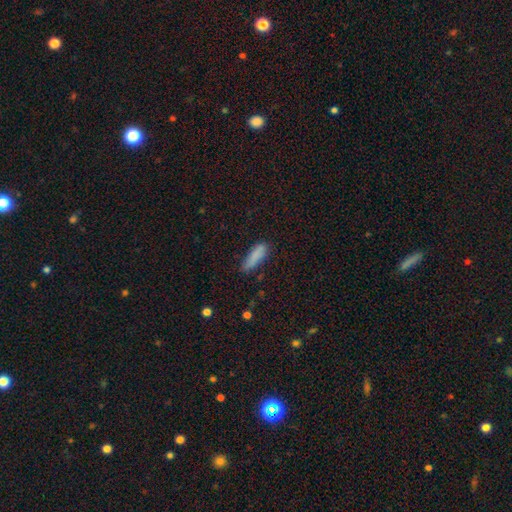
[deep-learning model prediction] smooth-or-featured: smooth: 85% | featured or disk: 8% | star or artifact: 7%
  how-rounded: cigar-shaped: 59% | in between: 39% | round: 2%
  merging: none: 72% | minor disturbance: 21% | major disturbance: 4% | merger: 2%